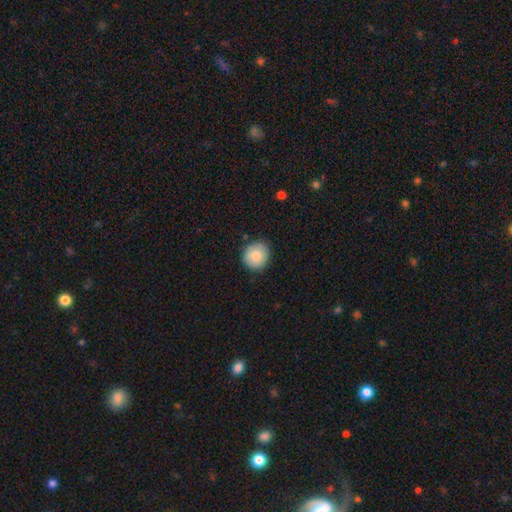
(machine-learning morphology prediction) Smooth or featured? smooth (86%)
How rounded? round (89%)
Merging? none (86%)